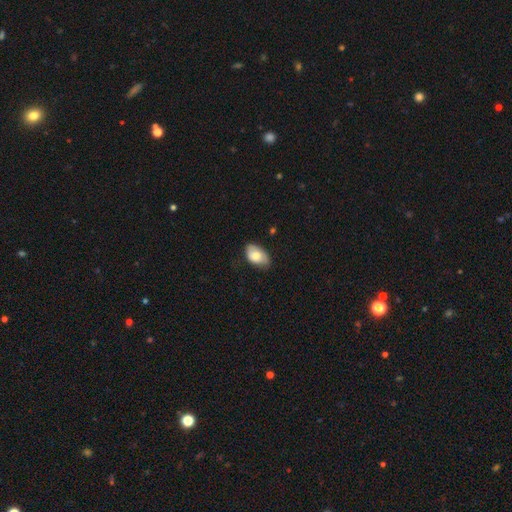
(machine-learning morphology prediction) Smooth or featured: smooth — 76% (featured or disk — 18%)
How rounded: in between — 92% (round — 7%)
Merging: none — 70% (minor disturbance — 25%)